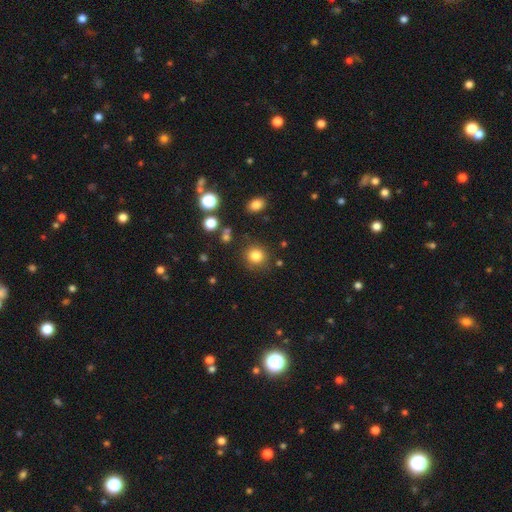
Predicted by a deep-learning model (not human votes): The model was most divided on "smooth or featured": smooth: 83%, star or artifact: 12%, featured or disk: 5%. More confident: how rounded — round (88%); merging — none (85%).